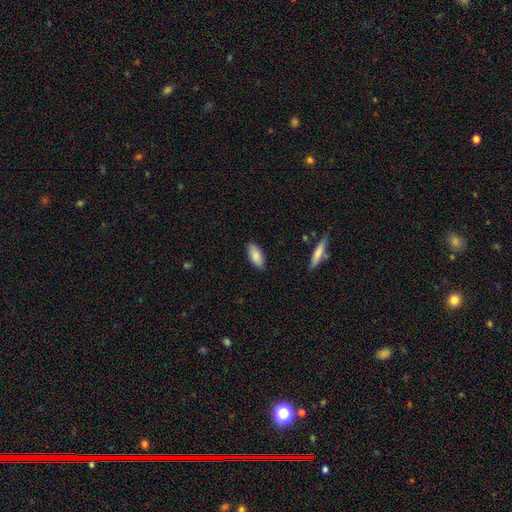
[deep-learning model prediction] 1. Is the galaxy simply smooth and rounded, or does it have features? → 85% smooth, 9% featured or disk, 6% star or artifact.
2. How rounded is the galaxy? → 86% in between, 12% cigar-shaped, 2% round.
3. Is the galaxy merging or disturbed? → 85% none, 12% minor disturbance, 2% major disturbance, 1% merger.